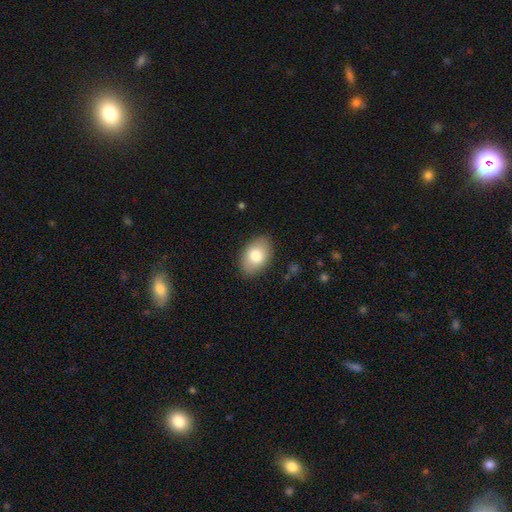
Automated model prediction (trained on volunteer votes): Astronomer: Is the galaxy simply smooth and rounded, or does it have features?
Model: smooth — 79%.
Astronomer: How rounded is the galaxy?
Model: in between — 88%.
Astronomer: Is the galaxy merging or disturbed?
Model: none — 86%.